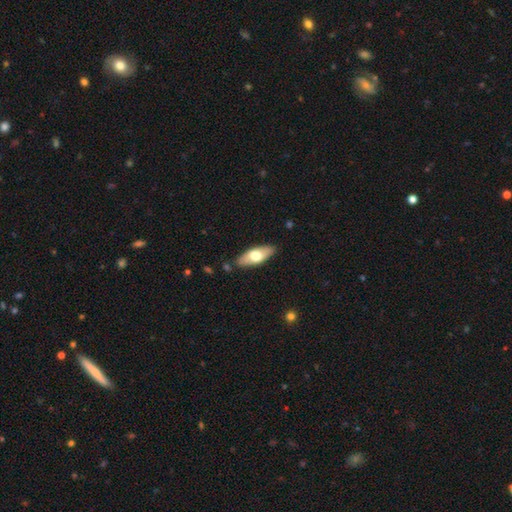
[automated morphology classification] smooth 62%, featured or disk 33%, star or artifact 5%. Down the decision tree: how rounded — in between (77%); merging — none (85%).